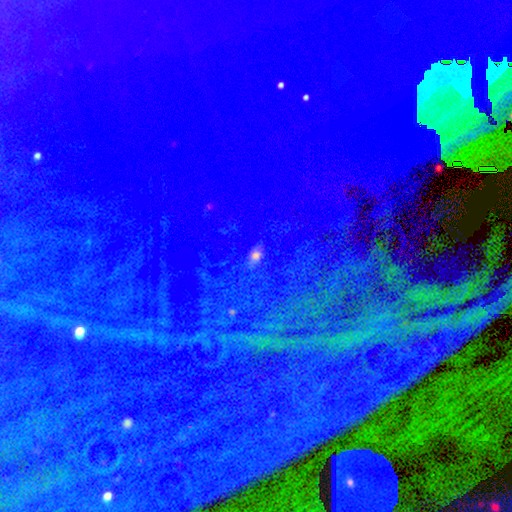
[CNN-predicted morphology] Q: Smooth or featured?
A: star or artifact (66%); runner-up: smooth (20%)